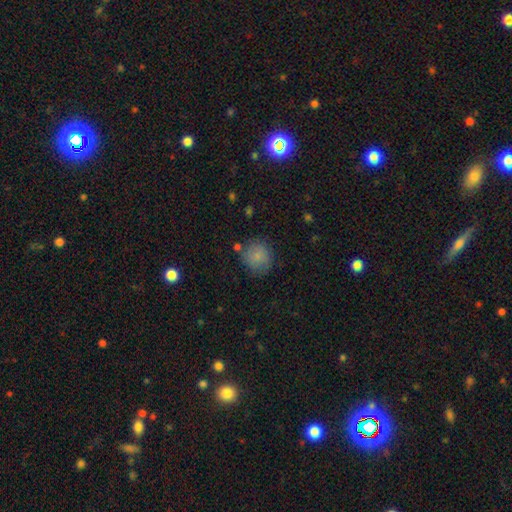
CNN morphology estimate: smooth 82%, star or artifact 10%, featured or disk 8%. Down the decision tree: how rounded — round (88%); merging — none (75%).